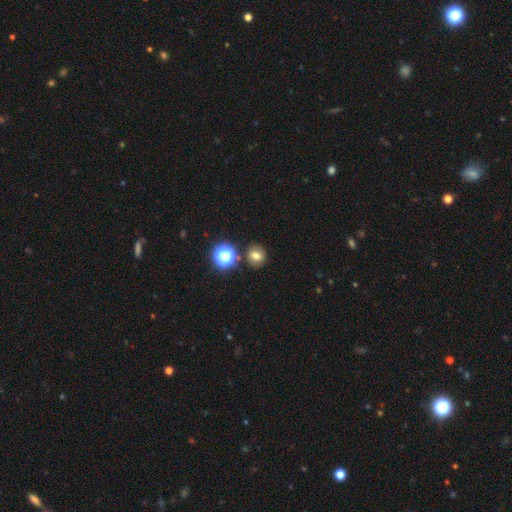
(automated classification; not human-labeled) Smooth or featured? smooth (73%)
How rounded? round (80%)
Merging? none (84%)